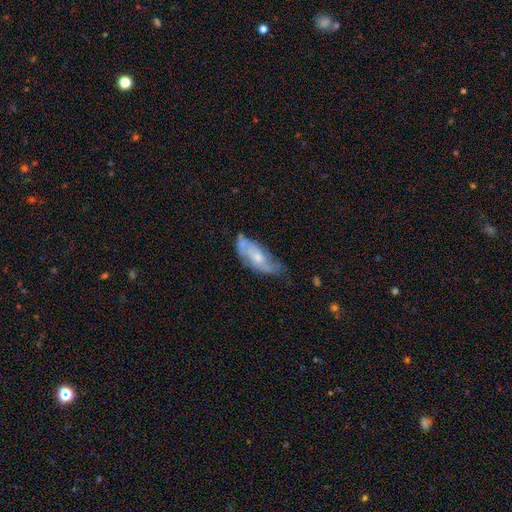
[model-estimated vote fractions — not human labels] smooth_or_featured: featured or disk (p=0.60) [alt: smooth p=0.33]
disk_edge_on: no (p=0.87) [alt: yes p=0.13]
bar: no (p=0.74) [alt: weak p=0.22]
has_spiral_arms: yes (p=0.76) [alt: no p=0.24]
bulge_size: small (p=0.48) [alt: moderate p=0.44]
merging: none (p=0.51) [alt: minor disturbance p=0.33]